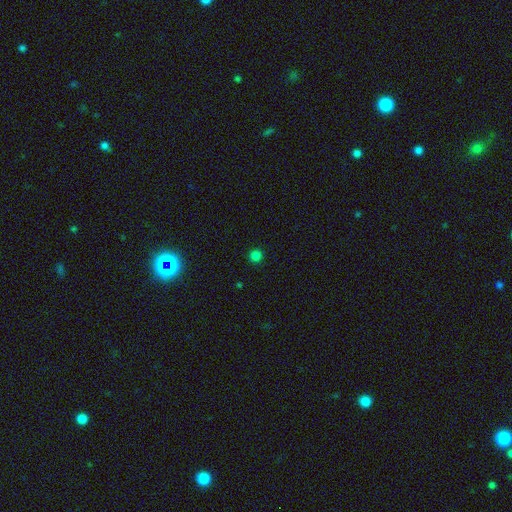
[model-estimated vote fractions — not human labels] This appears to be a smooth galaxy with no disk features (80%) that is round (95%). Merging: none (92%).